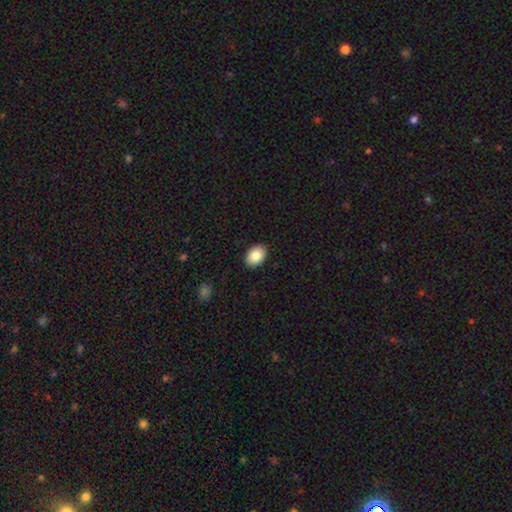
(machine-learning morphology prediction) smooth_or_featured: smooth (p=0.86) [alt: star or artifact p=0.07]
how_rounded: in between (p=0.82) [alt: round p=0.17]
merging: none (p=0.90) [alt: minor disturbance p=0.07]